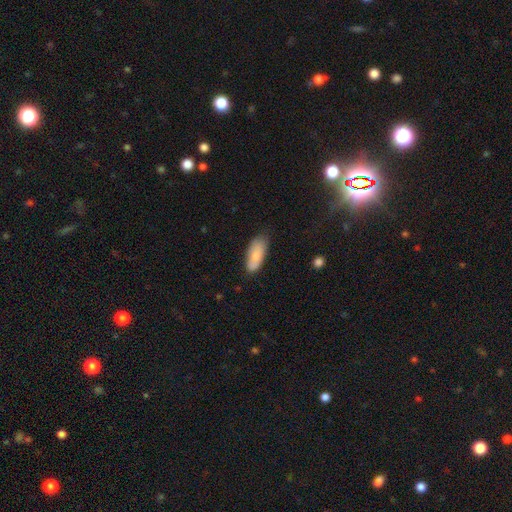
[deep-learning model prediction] This is clearly a smooth galaxy (80%). How rounded: clearly in between (83%). Merging: likely none (67%).